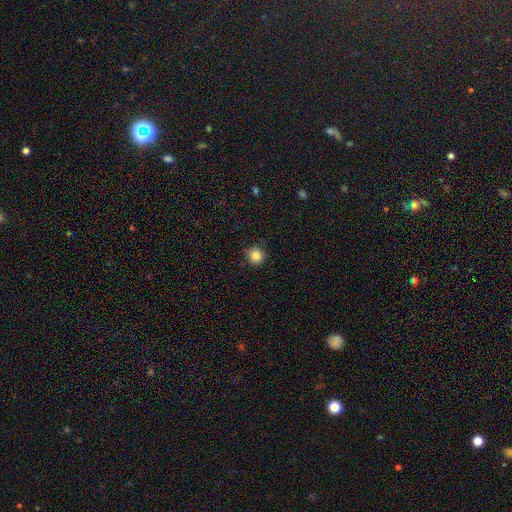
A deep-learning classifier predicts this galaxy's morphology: type=smooth (84%); roundness=round (94%); merging=none (87%).